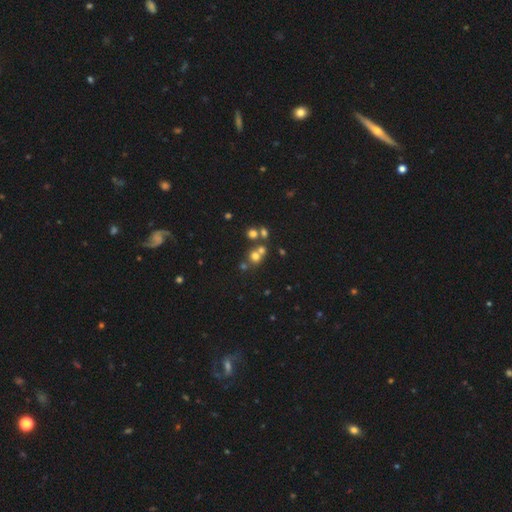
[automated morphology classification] type=smooth (60%); roundness=round (84%); merging=none (52%).